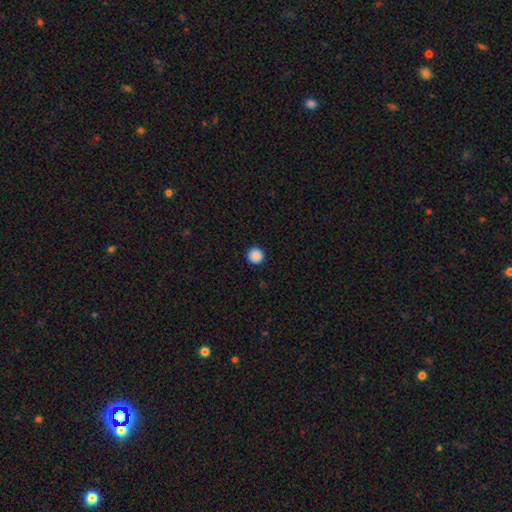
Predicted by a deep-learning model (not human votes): Smooth or featured: smooth — 89% (star or artifact — 9%)
How rounded: round — 96% (in between — 3%)
Merging: none — 93% (minor disturbance — 4%)